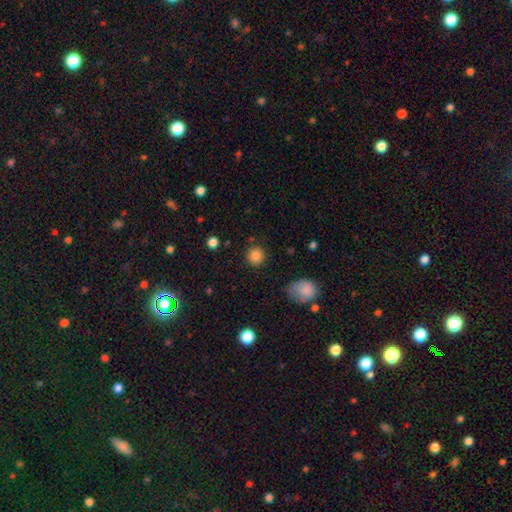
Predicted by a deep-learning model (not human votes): smooth-or-featured: smooth: 85% | star or artifact: 10% | featured or disk: 5%
  how-rounded: round: 91% | in between: 8% | cigar-shaped: 1%
  merging: none: 88% | minor disturbance: 7% | major disturbance: 3% | merger: 2%